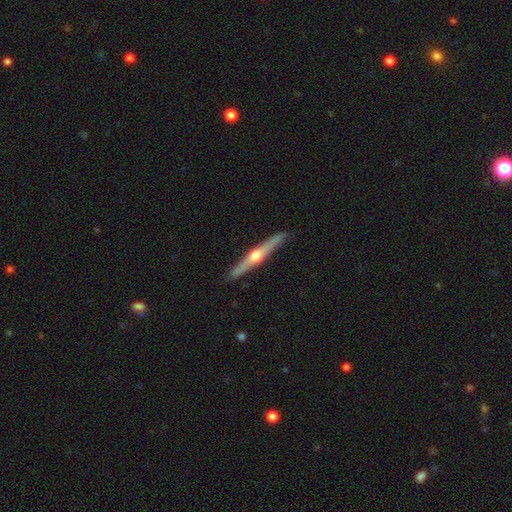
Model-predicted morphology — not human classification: featured or disk 76%, smooth 19%, star or artifact 5%. Down the decision tree: edge-on disk — yes (97%); edge-on bulge — rounded (92%); merging — none (91%).